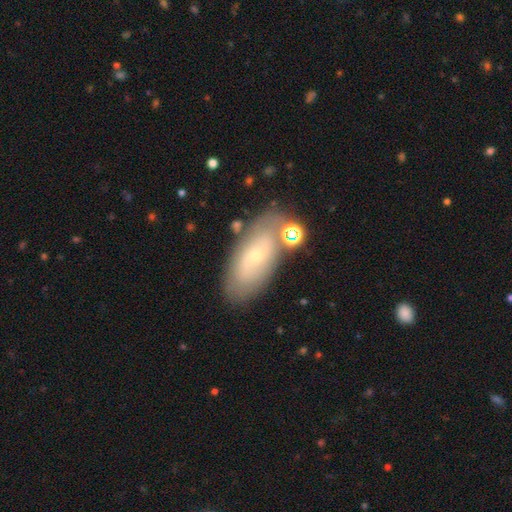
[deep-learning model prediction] featured or disk 50%, smooth 42%, star or artifact 9%. Down the decision tree: merging — none (69%).